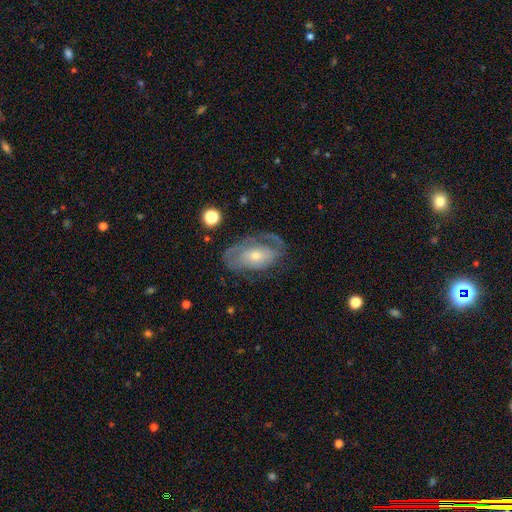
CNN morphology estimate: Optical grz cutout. It shows a featured or disk galaxy (71%) with no bar (74%), spiral arms (73%) and a small central bulge (59%). Merging: none (59%).